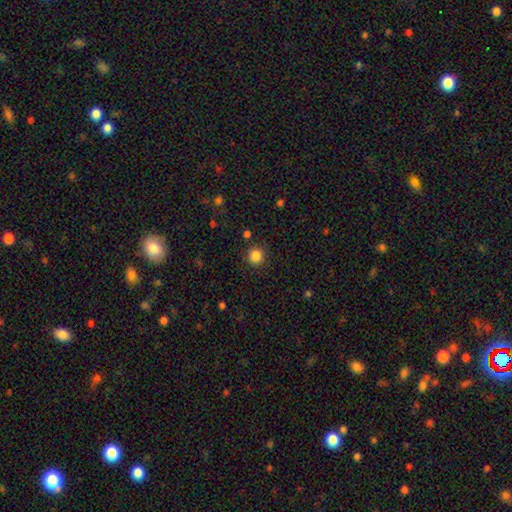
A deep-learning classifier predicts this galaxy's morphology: A smooth galaxy with no disk features (85%) that is round (93%).

Vote fractions:
- Smooth or featured? smooth: 85% / star or artifact: 11% / featured or disk: 4%
- How rounded? round: 93% / in between: 6% / cigar-shaped: 1%
- Merging? none: 90% / minor disturbance: 6% / major disturbance: 2% / merger: 2%